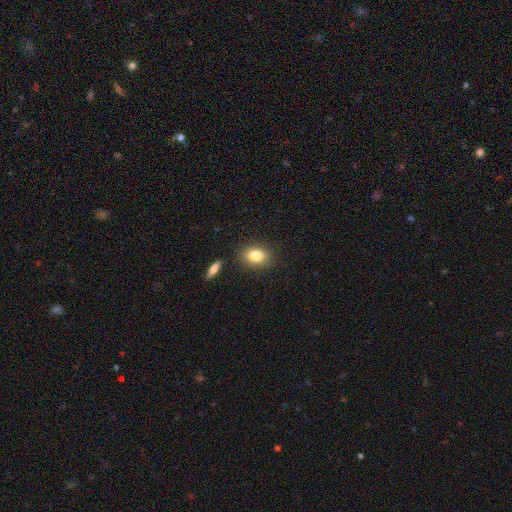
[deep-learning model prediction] Smooth or featured? smooth (81%)
How rounded? in between (74%)
Merging? none (85%)